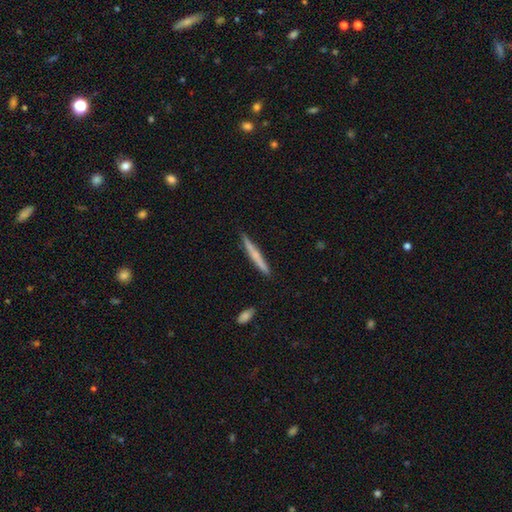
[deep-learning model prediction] smooth 55%, featured or disk 39%, star or artifact 6%. Down the decision tree: how rounded — cigar-shaped (96%); merging — none (89%).